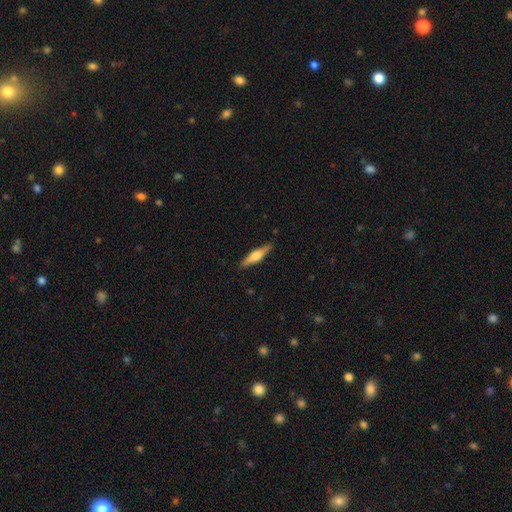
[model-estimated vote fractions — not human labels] This appears to be a featured or disk galaxy (56%) viewed edge-on (96%) with a rounded central bulge (86%). Merging: none (89%).